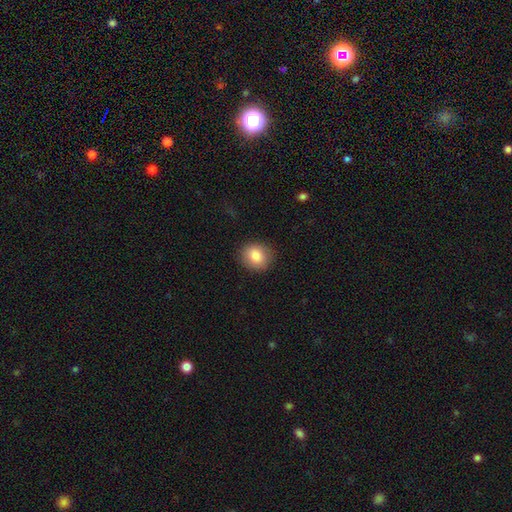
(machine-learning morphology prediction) A smooth galaxy with no disk features (84%) that is round (74%). Merging: none (88%).